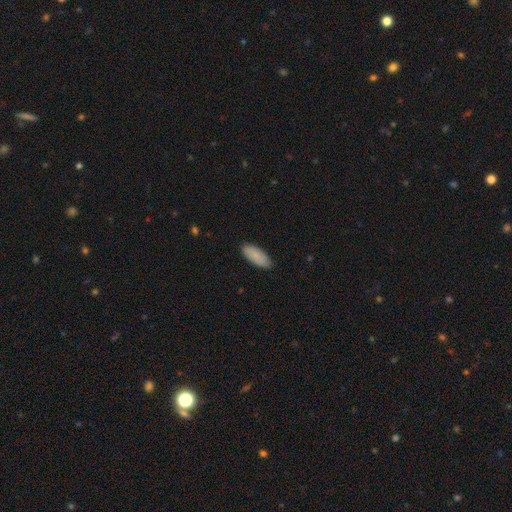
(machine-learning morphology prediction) Smooth or featured? smooth (84%)
How rounded? in between (83%)
Merging? none (85%)